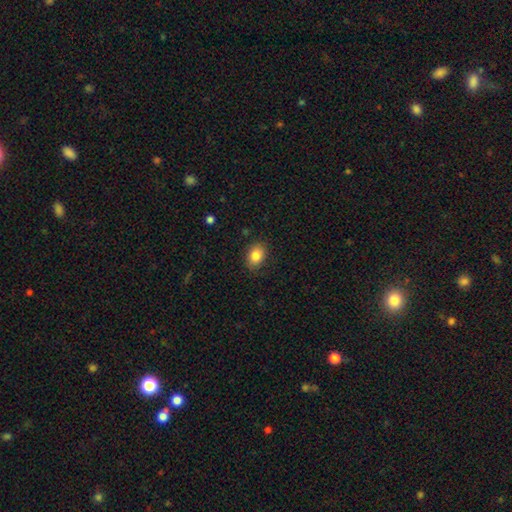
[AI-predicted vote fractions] smooth 85%, star or artifact 8%, featured or disk 7%. Down the decision tree: how rounded — in between (73%); merging — none (86%).